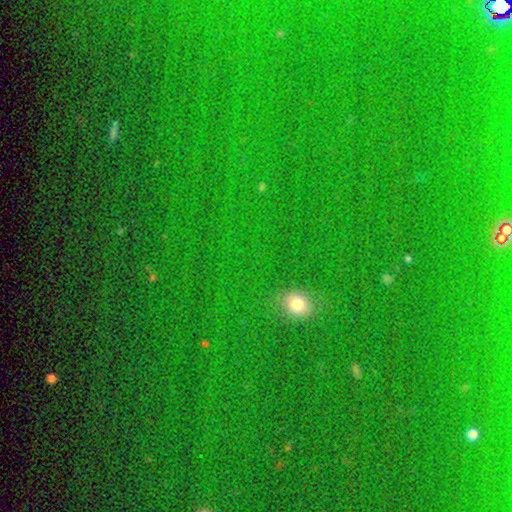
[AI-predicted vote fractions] Smooth or featured: star or artifact — 54% (smooth — 37%)